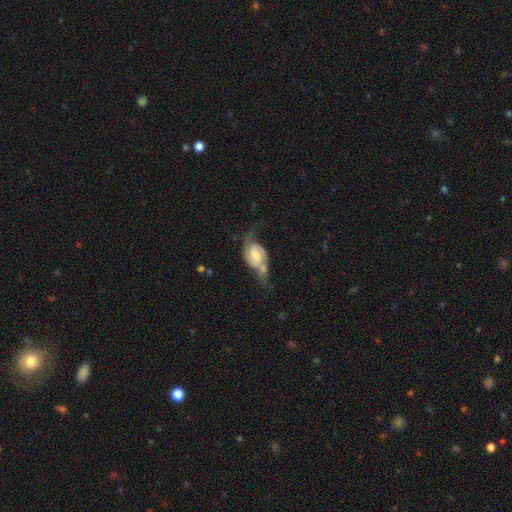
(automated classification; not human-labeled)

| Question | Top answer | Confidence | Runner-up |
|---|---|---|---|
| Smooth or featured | featured or disk | 78% | smooth (16%) |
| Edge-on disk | no | 96% | yes (4%) |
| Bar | weak | 49% | no (35%) |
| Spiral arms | yes | 93% | no (7%) |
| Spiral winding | medium | 44% | loose (37%) |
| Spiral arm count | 2 | 85% | 1 (6%) |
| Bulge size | moderate | 46% | small (29%) |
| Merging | none | 36% | minor disturbance (23%) |